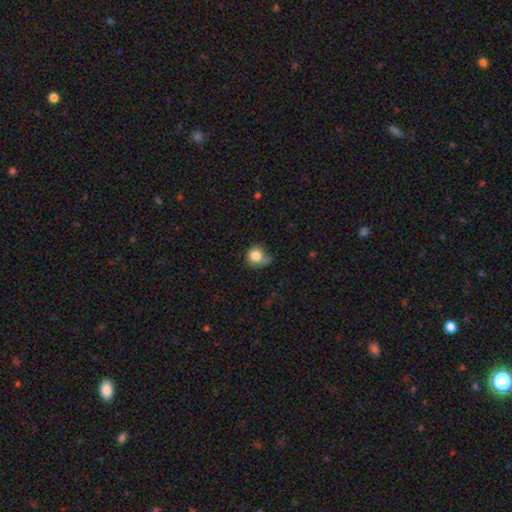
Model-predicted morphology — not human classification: Q: Smooth or featured?
A: smooth (83%); runner-up: star or artifact (10%)
Q: How rounded?
A: round (85%); runner-up: in between (14%)
Q: Merging?
A: none (51%); runner-up: minor disturbance (30%)